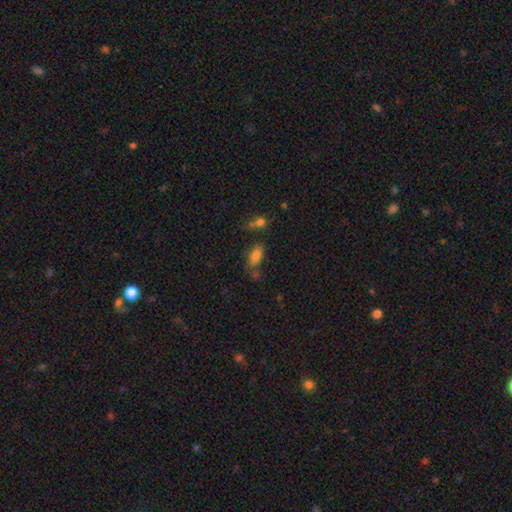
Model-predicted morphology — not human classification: Overall: smooth (79%). How rounded: in between (86%). Merging: none (56%; merger 19%).